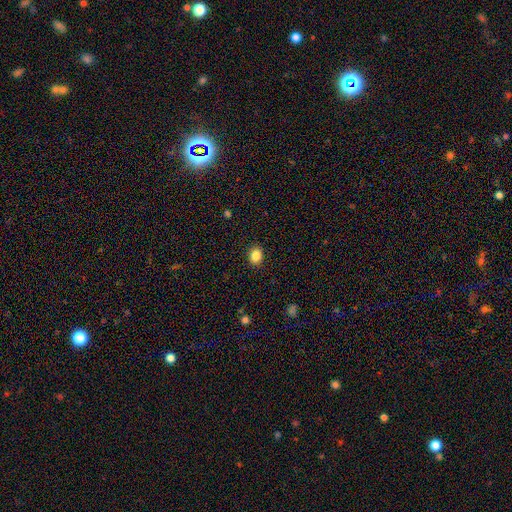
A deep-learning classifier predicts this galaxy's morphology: The model was most divided on "how rounded": in between: 51%, round: 49%, cigar-shaped: 1%. More confident: merging — none (90%); smooth or featured — smooth (86%).